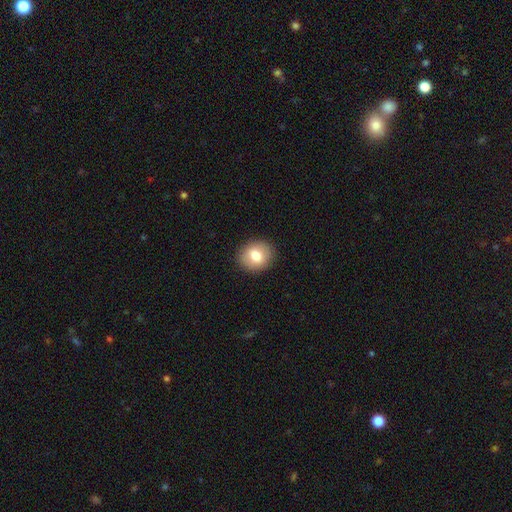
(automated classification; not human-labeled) Smooth or featured: smooth — 76% (featured or disk — 15%)
How rounded: round — 67% (in between — 32%)
Merging: none — 90% (minor disturbance — 7%)